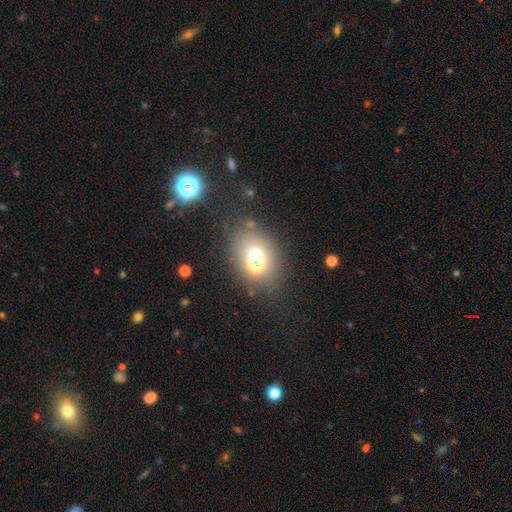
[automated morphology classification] smooth_or_featured: smooth (p=0.55) [alt: star or artifact p=0.25]
how_rounded: round (p=0.50) [alt: in between p=0.48]
merging: none (p=0.62) [alt: merger p=0.19]